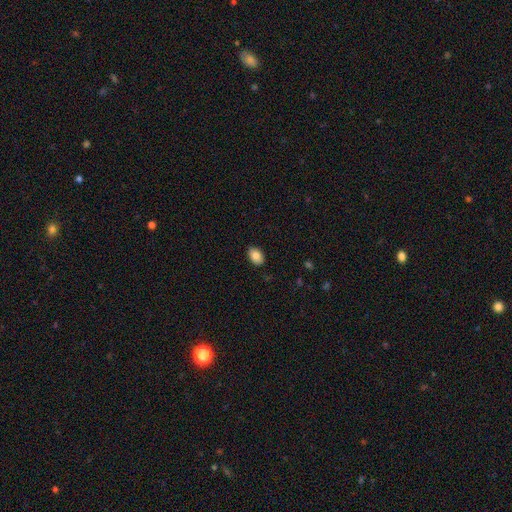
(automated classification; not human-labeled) This appears to be a smooth galaxy with no disk features (83%) that is in between round and cigar-shaped (89%). Merging: none (88%).